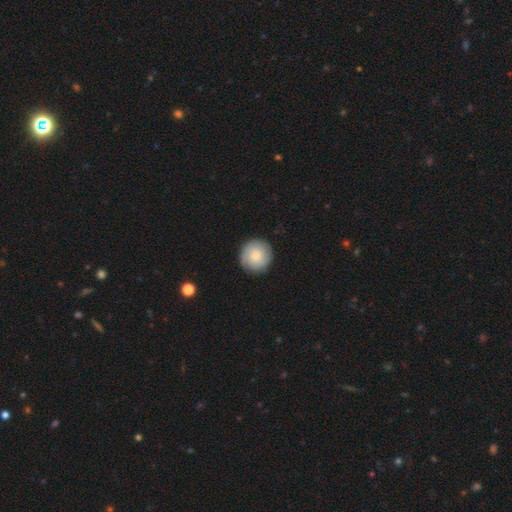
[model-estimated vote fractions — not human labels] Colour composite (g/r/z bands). It shows a smooth galaxy with no disk features (61%) that is round (94%). Merging: none (88%).